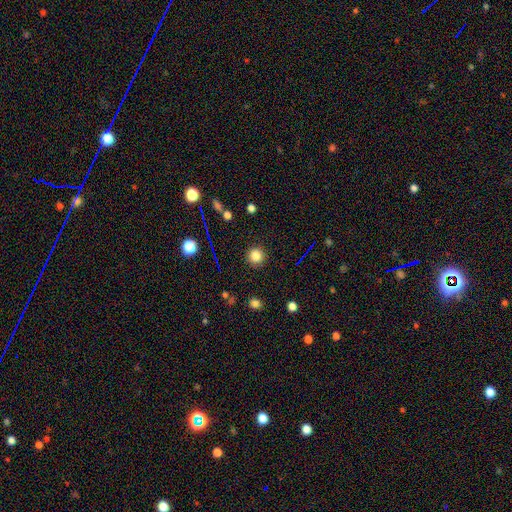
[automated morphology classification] smooth 82%, star or artifact 13%, featured or disk 5%. Down the decision tree: how rounded — round (94%); merging — none (91%).